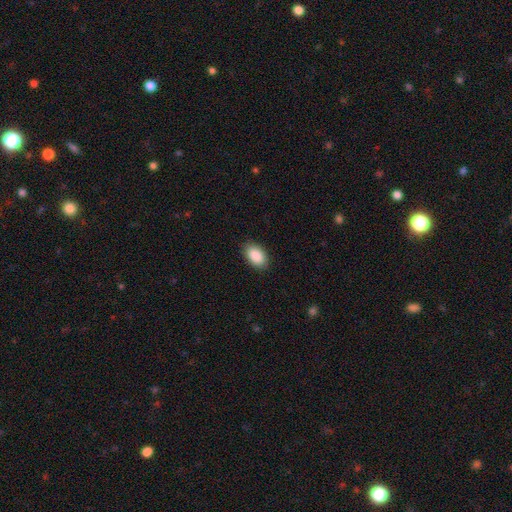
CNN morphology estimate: Smooth or featured? Predicted: smooth (p=0.90). How rounded? Predicted: in between (p=0.93). Merging? Predicted: none (p=0.88).